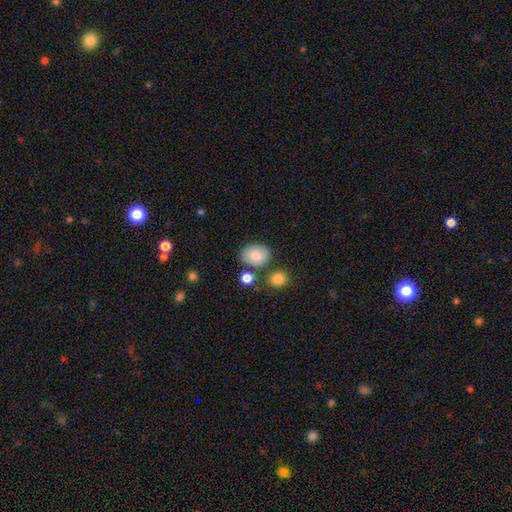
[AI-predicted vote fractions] The model was most divided on "how rounded": in between: 56%, round: 43%, cigar-shaped: 1%. More confident: smooth or featured — smooth (79%); merging — none (74%).